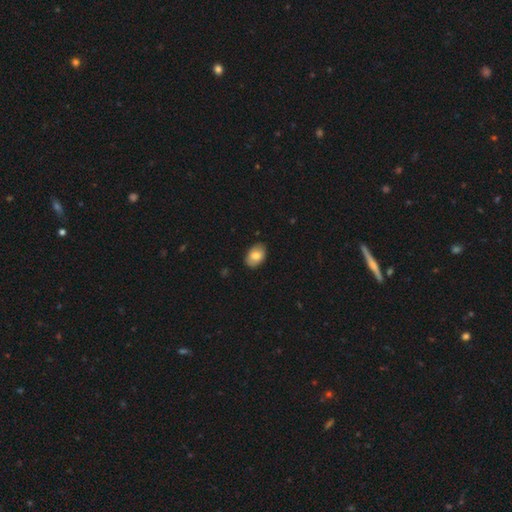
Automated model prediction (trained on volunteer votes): smooth-or-featured: smooth: 79% | featured or disk: 15% | star or artifact: 7%
  how-rounded: in between: 88% | round: 11% | cigar-shaped: 1%
  merging: none: 84% | minor disturbance: 13% | major disturbance: 2% | merger: 1%